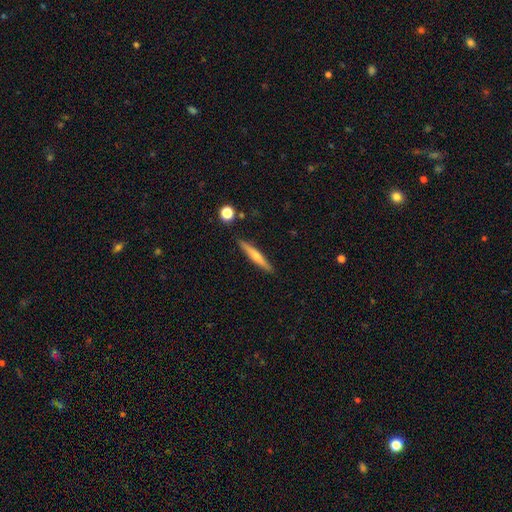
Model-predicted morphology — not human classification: Overall: featured or disk (48%; smooth 45%). Merging: none (88%).